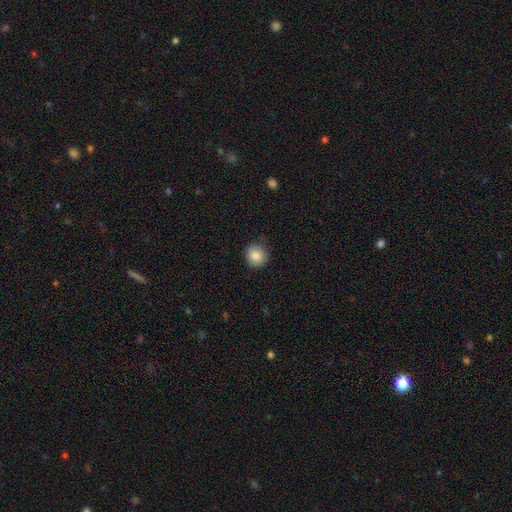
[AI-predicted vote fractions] Smooth or featured? Predicted: smooth (p=0.85). How rounded? Predicted: round (p=0.91). Merging? Predicted: none (p=0.81).